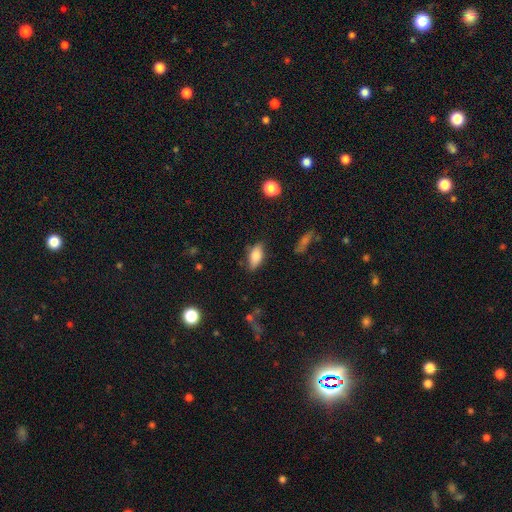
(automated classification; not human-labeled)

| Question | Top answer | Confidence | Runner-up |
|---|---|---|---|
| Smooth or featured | smooth | 80% | featured or disk (12%) |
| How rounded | in between | 86% | cigar-shaped (10%) |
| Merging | none | 79% | minor disturbance (16%) |